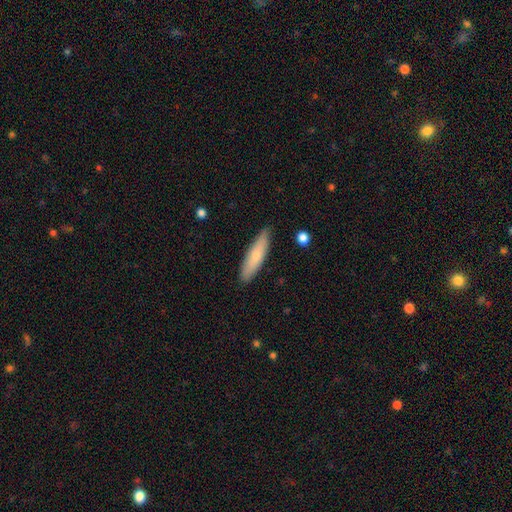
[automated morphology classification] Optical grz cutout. It shows a smooth galaxy with no disk features (72%) that is cigar-shaped (73%). Merging: none (87%).